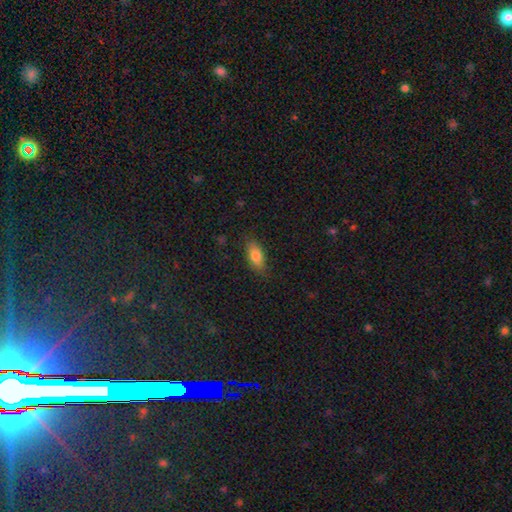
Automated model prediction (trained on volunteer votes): Q: Smooth or featured?
A: smooth (79%); runner-up: featured or disk (13%)
Q: How rounded?
A: in between (80%); runner-up: cigar-shaped (17%)
Q: Merging?
A: none (83%); runner-up: minor disturbance (13%)